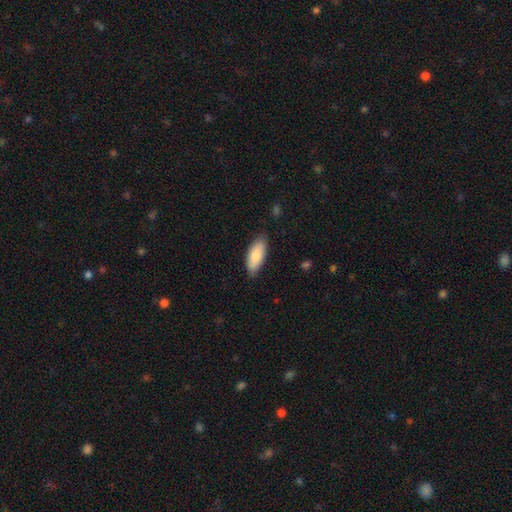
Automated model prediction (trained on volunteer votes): Morphology: type=smooth (82%); roundness=in between (83%); merging=none (81%).